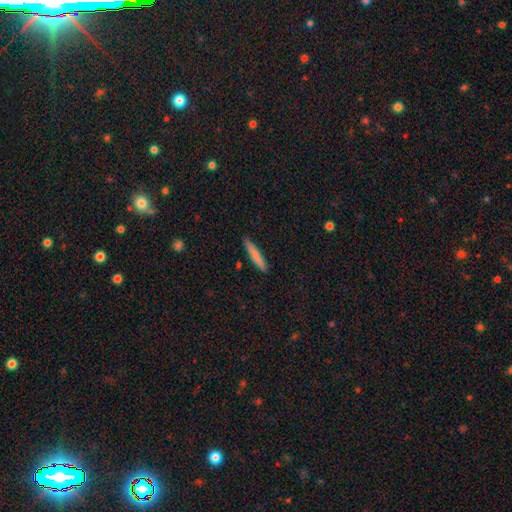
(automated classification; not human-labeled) Smooth or featured? smooth (78%)
How rounded? cigar-shaped (93%)
Merging? none (90%)